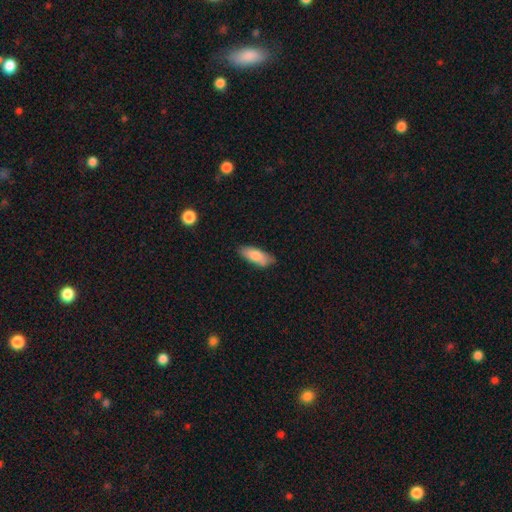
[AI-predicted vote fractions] This appears to be a smooth galaxy with no disk features (82%) that is in between round and cigar-shaped (73%). Merging: none (75%).